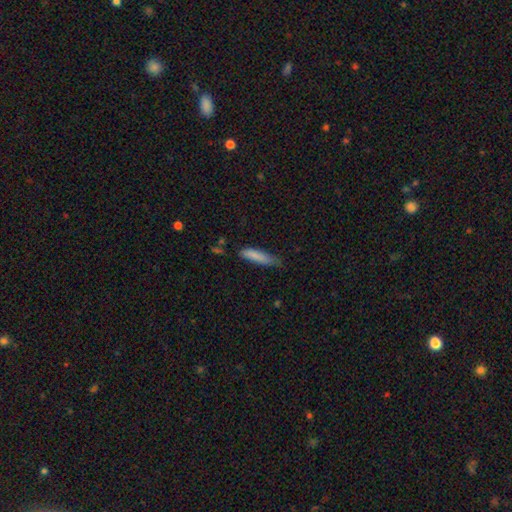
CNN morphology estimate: A smooth galaxy with no disk features (83%) that is cigar-shaped (78%).

Vote fractions:
- Smooth or featured? smooth: 83% / featured or disk: 10% / star or artifact: 6%
- How rounded? cigar-shaped: 78% / in between: 21% / round: 1%
- Merging? none: 55% / minor disturbance: 35% / major disturbance: 8% / merger: 2%